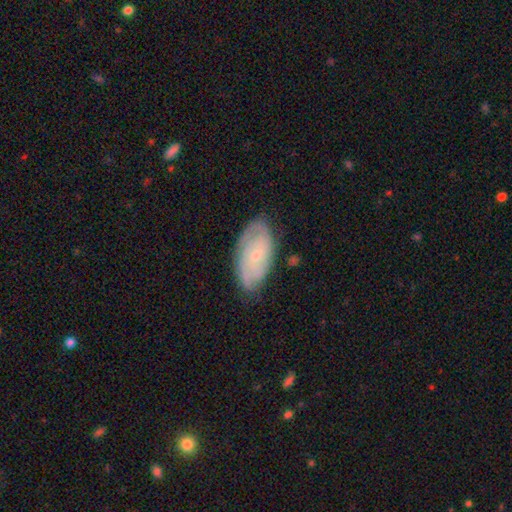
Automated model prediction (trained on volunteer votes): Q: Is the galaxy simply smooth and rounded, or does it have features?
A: featured or disk — 64%.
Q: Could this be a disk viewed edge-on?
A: no — 94%.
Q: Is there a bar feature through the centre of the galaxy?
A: no — 73%.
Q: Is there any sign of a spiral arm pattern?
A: yes — 86%.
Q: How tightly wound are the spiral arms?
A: tight — 57%.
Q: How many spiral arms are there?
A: can't tell — 42%.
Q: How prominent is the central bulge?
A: small — 75%.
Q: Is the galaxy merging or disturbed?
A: none — 73%.